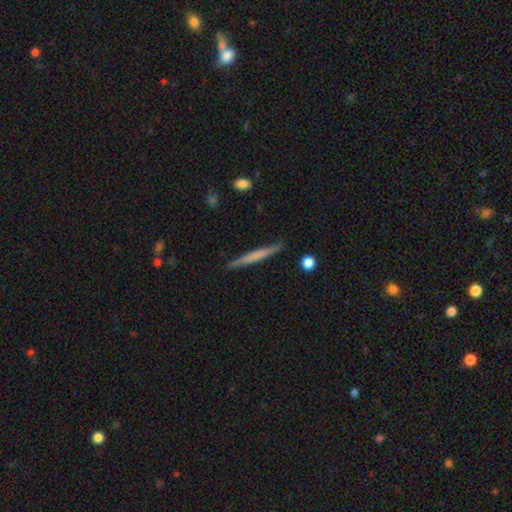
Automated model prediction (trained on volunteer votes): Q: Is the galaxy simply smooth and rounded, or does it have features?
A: smooth — 54%.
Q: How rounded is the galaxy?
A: cigar-shaped — 97%.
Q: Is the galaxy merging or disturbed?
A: none — 89%.